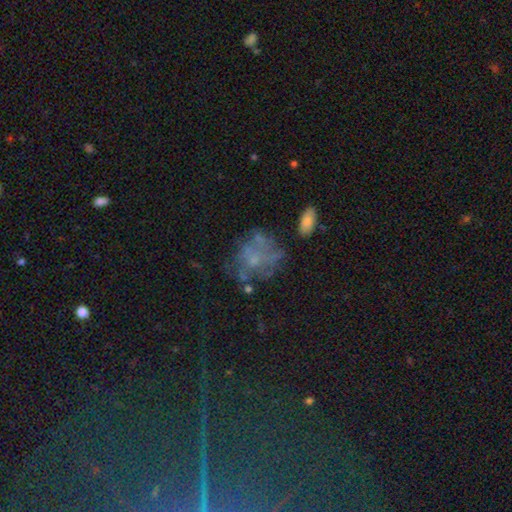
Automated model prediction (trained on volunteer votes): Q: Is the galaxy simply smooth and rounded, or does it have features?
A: featured or disk — 48%.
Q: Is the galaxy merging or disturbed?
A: none — 47%.